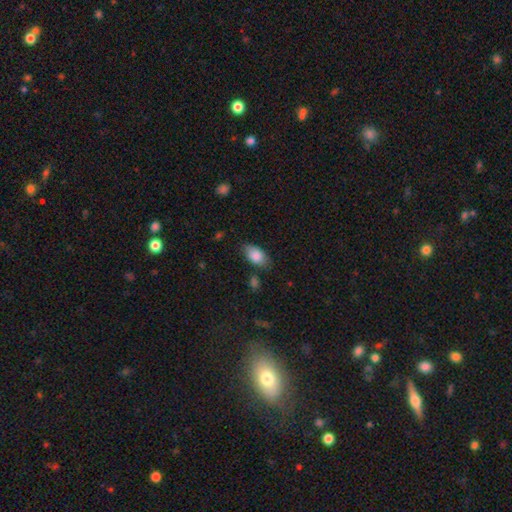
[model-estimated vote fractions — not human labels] smooth 84%, featured or disk 9%, star or artifact 7%. Down the decision tree: how rounded — in between (92%); merging — none (76%).